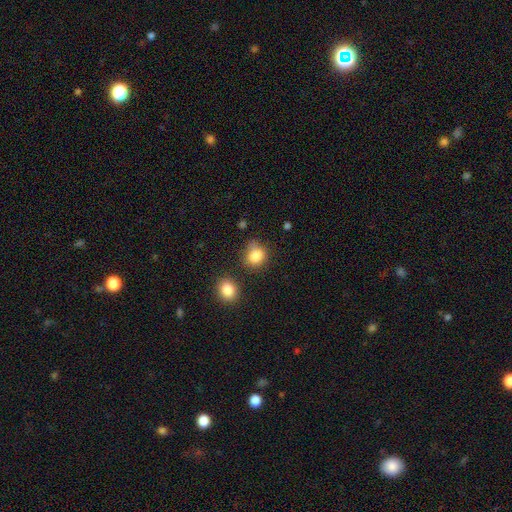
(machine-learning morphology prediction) Smooth or featured?
  - smooth: 84% *
  - star or artifact: 10%
  - featured or disk: 6%
How rounded?
  - round: 66% *
  - in between: 33%
  - cigar-shaped: 1%
Merging?
  - none: 62% *
  - minor disturbance: 24%
  - major disturbance: 8%
  - merger: 7%